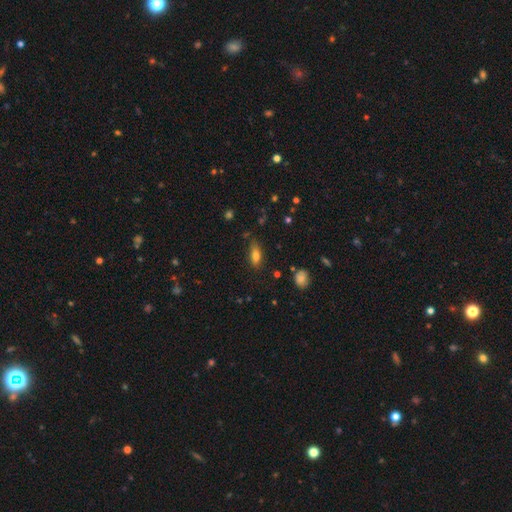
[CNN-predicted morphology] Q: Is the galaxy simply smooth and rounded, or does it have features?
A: smooth — 77%.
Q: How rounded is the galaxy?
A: in between — 74%.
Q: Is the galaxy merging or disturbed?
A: none — 71%.